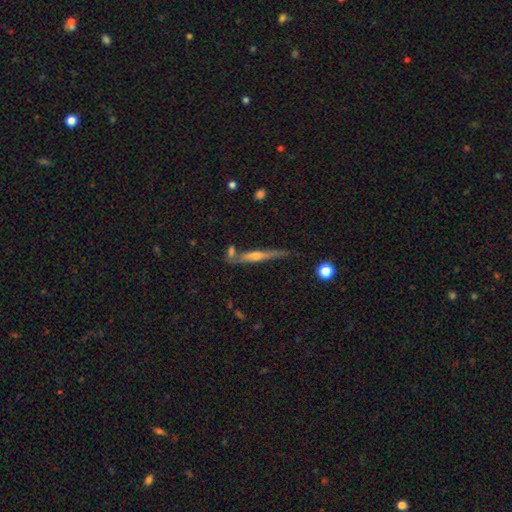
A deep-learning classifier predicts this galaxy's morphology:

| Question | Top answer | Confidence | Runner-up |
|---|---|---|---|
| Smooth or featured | featured or disk | 64% | smooth (29%) |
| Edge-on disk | yes | 93% | no (7%) |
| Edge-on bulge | rounded | 78% | none (16%) |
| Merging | none | 59% | minor disturbance (21%) |